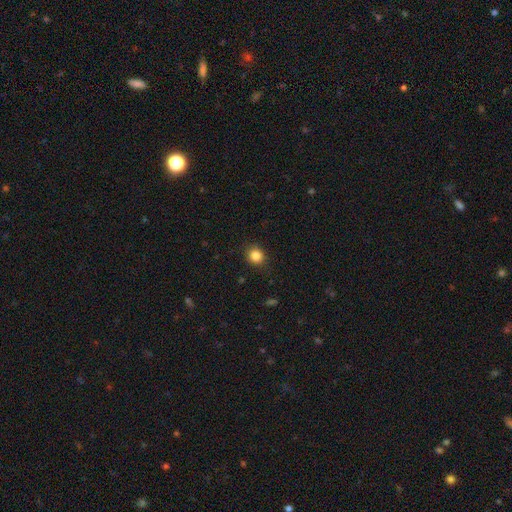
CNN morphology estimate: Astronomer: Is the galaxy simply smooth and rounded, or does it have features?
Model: smooth — 84%.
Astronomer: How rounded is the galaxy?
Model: round — 79%.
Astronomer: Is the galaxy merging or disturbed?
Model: none — 88%.